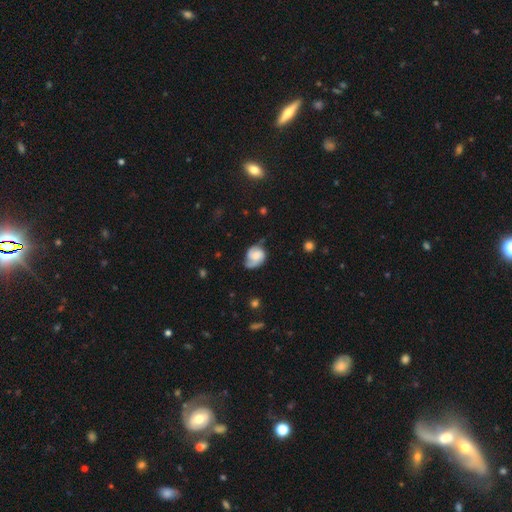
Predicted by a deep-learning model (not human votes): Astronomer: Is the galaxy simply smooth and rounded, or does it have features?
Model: featured or disk — 65%.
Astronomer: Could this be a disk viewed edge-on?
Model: no — 98%.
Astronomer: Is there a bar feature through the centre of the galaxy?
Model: no — 61%.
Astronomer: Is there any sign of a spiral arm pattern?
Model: yes — 93%.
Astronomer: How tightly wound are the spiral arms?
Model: medium — 43% (runner-up: tight, 36%).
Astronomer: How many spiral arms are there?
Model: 2 — 73%.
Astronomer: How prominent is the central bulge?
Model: moderate — 30% (runner-up: small, 26%).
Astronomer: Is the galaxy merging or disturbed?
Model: none — 53% (runner-up: minor disturbance, 30%).